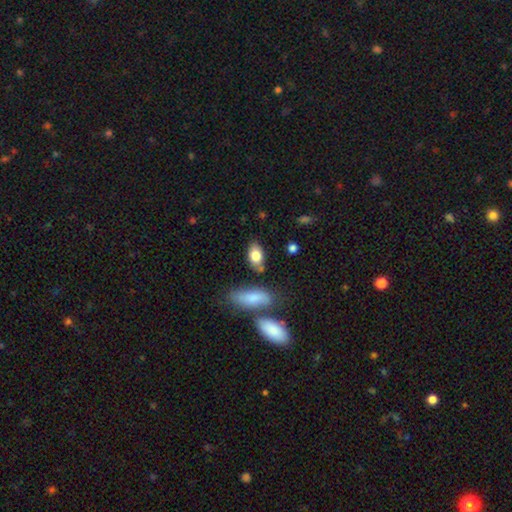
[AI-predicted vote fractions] This is clearly a smooth galaxy (81%). How rounded: clearly in between (88%). Merging: likely none (72%).